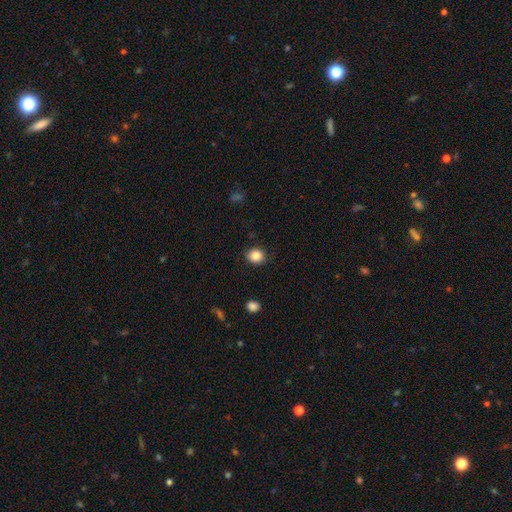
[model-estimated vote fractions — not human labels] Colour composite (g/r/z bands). It shows a smooth galaxy with no disk features (86%) that is round (74%). Merging: none (89%).